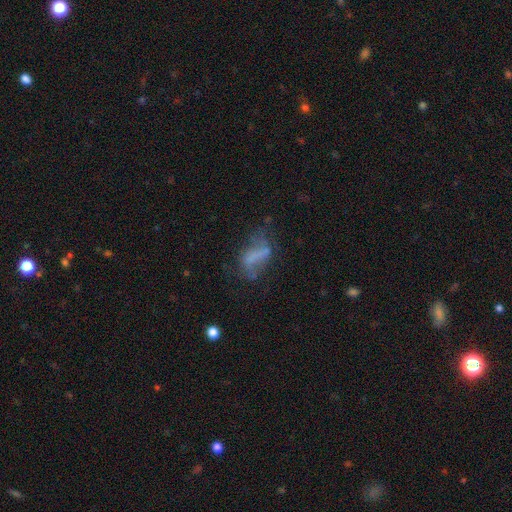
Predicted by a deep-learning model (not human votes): smooth_or_featured: smooth (p=0.44) [alt: featured or disk p=0.40]
merging: none (p=0.37) [alt: major disturbance p=0.30]